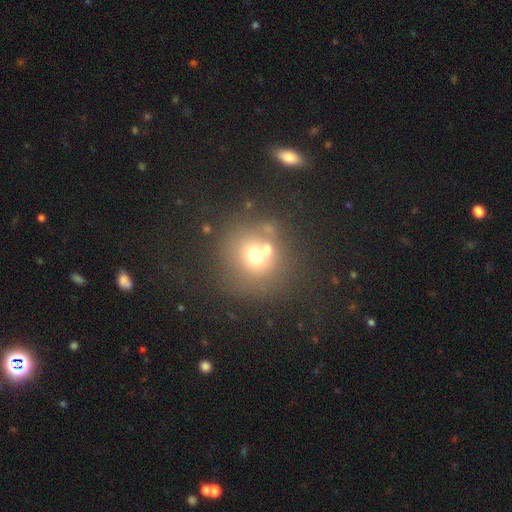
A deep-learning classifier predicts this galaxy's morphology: smooth_or_featured: smooth (p=0.64) [alt: star or artifact p=0.18]
how_rounded: round (p=0.87) [alt: in between p=0.12]
merging: none (p=0.58) [alt: merger p=0.26]